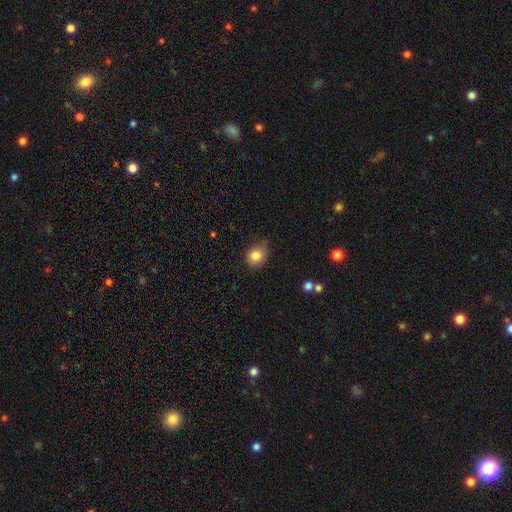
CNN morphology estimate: Smooth or featured: smooth — 84% (star or artifact — 10%)
How rounded: round — 71% (in between — 28%)
Merging: none — 64% (minor disturbance — 29%)